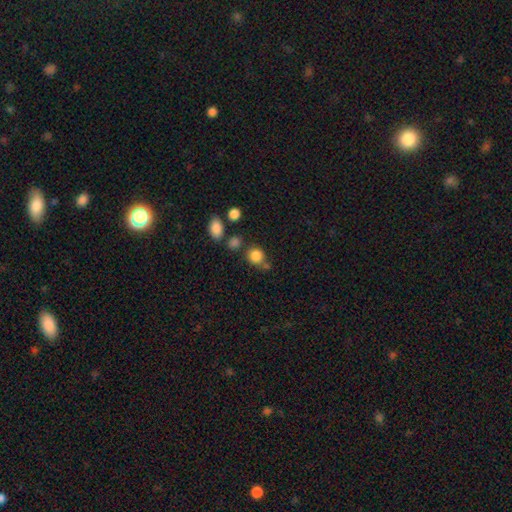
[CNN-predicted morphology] Smooth or featured?
  - smooth: 84% *
  - star or artifact: 11%
  - featured or disk: 5%
How rounded?
  - round: 84% *
  - in between: 15%
  - cigar-shaped: 1%
Merging?
  - none: 64% *
  - merger: 16%
  - minor disturbance: 14%
  - major disturbance: 6%